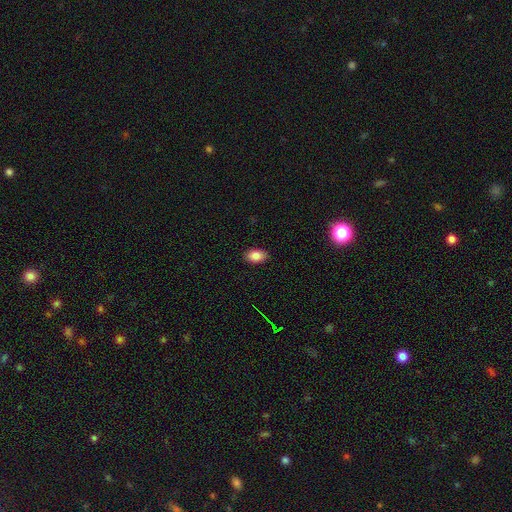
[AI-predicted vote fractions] smooth-or-featured: smooth: 84% | star or artifact: 9% | featured or disk: 7%
  how-rounded: in between: 89% | round: 10% | cigar-shaped: 2%
  merging: none: 88% | minor disturbance: 9% | major disturbance: 2% | merger: 1%